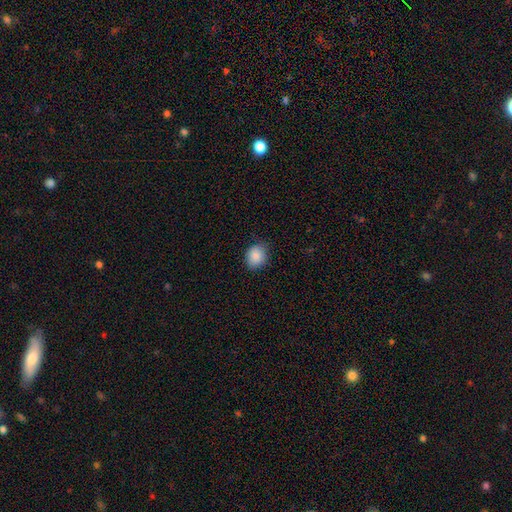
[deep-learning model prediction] A smooth galaxy with no disk features (88%) that is round (62%).

Vote fractions:
- Smooth or featured? smooth: 88% / star or artifact: 8% / featured or disk: 4%
- How rounded? round: 62% / in between: 37% / cigar-shaped: 1%
- Merging? none: 79% / minor disturbance: 17% / major disturbance: 3% / merger: 1%